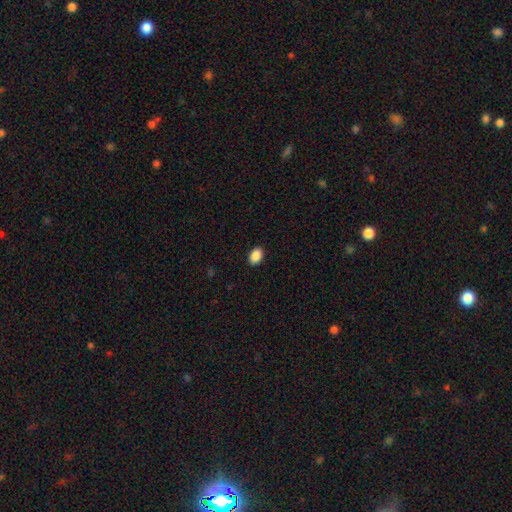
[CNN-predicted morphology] smooth 89%, star or artifact 8%, featured or disk 3%. Down the decision tree: how rounded — in between (82%); merging — none (90%).